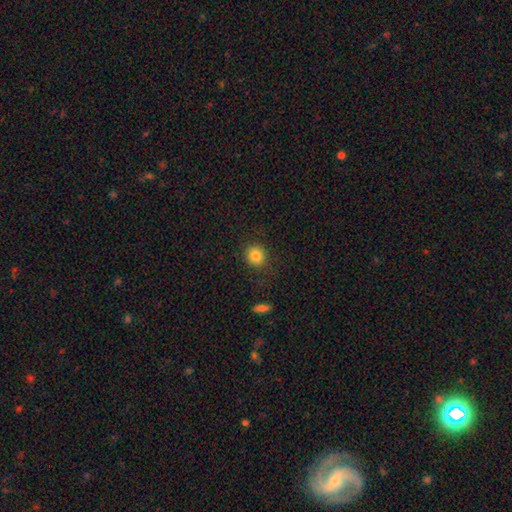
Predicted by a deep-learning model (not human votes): The model was most divided on "how rounded": round: 86%, in between: 13%, cigar-shaped: 1%. More confident: merging — none (86%); smooth or featured — smooth (83%).